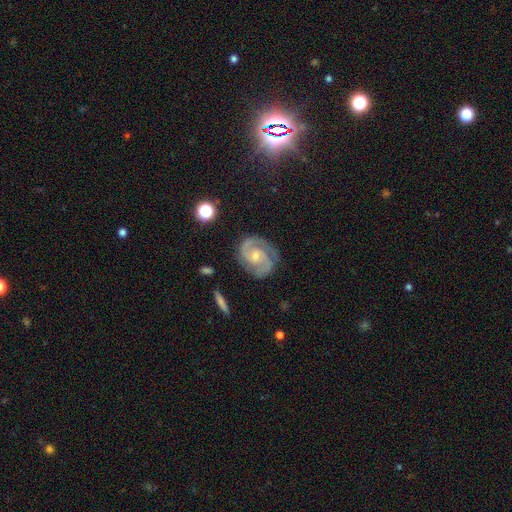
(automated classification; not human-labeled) Q: Smooth or featured?
A: featured or disk (90%); runner-up: smooth (5%)
Q: Edge-on disk?
A: no (98%); runner-up: yes (2%)
Q: Bar?
A: no (54%); runner-up: weak (37%)
Q: Spiral arms?
A: yes (98%); runner-up: no (2%)
Q: Spiral winding?
A: medium (48%); runner-up: tight (45%)
Q: Spiral arm count?
A: 2 (87%); runner-up: 3 (5%)
Q: Bulge size?
A: small (56%); runner-up: moderate (38%)
Q: Merging?
A: none (79%); runner-up: minor disturbance (15%)